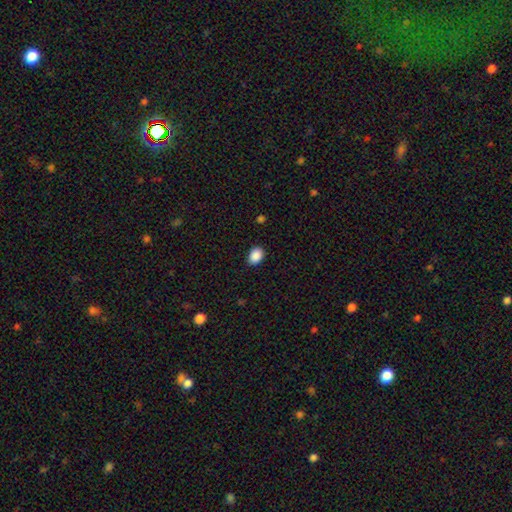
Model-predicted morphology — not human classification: Overall: smooth (89%). How rounded: in between (75%). Merging: none (87%).